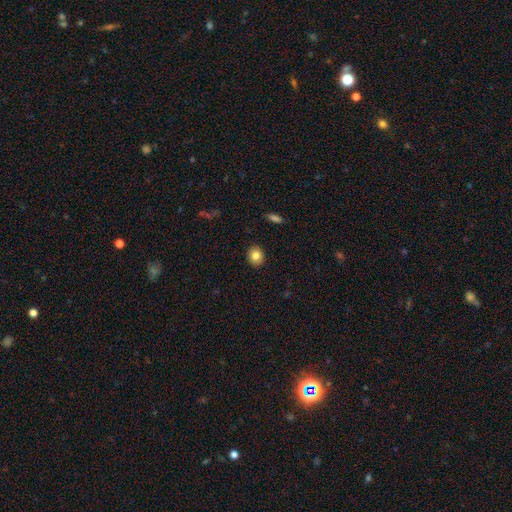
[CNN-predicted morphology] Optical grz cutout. It shows a smooth galaxy with no disk features (82%) that is round (66%). Merging: none (90%).